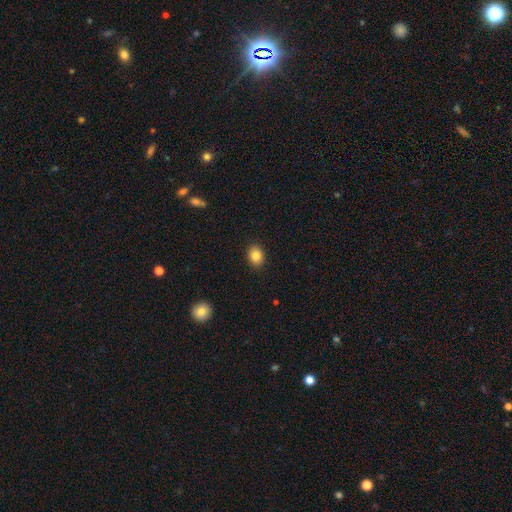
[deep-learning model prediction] Smooth or featured?
  - smooth: 85% *
  - star or artifact: 10%
  - featured or disk: 6%
How rounded?
  - in between: 58% *
  - round: 41%
  - cigar-shaped: 1%
Merging?
  - none: 90% *
  - minor disturbance: 7%
  - major disturbance: 2%
  - merger: 1%